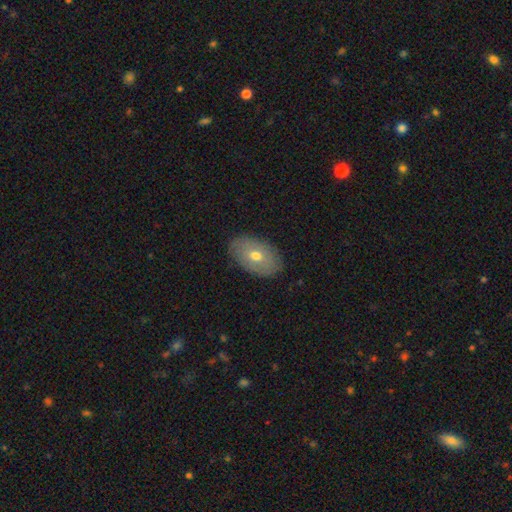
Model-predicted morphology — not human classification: Smooth or featured? smooth (59%)
How rounded? in between (91%)
Merging? none (86%)